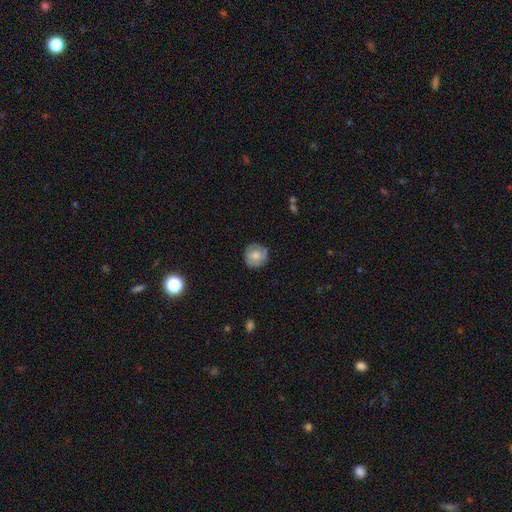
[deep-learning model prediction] The model was most divided on "smooth or featured": smooth: 55%, featured or disk: 37%, star or artifact: 8%. More confident: how rounded — round (87%); merging — none (77%).